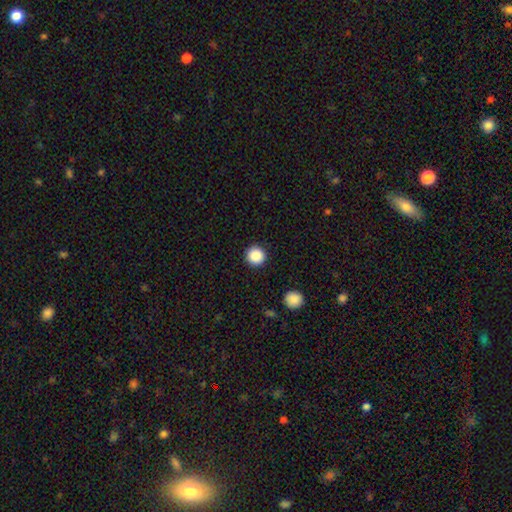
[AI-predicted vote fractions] This appears to be a smooth galaxy with no disk features (88%) that is round (96%). Merging: none (92%).